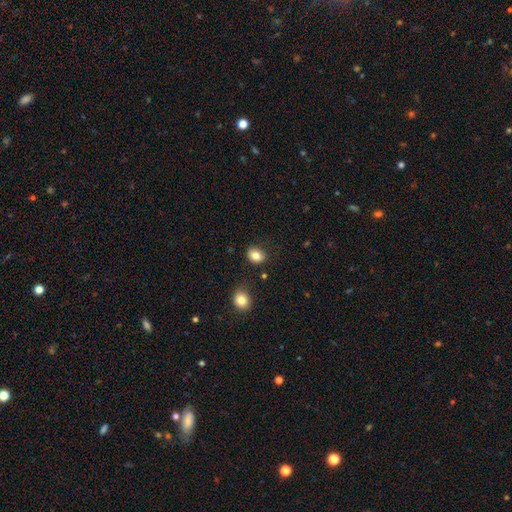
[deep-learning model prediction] This appears to be a smooth galaxy with no disk features (82%) that is round (50%). Merging: none (81%).